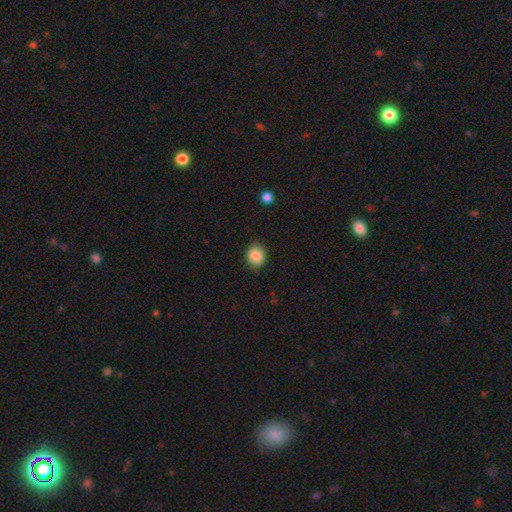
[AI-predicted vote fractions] This is clearly a smooth galaxy (87%). How rounded: likely round (64%). Merging: clearly none (85%).